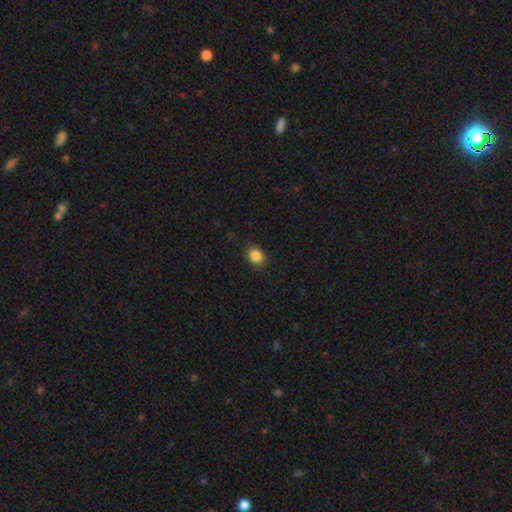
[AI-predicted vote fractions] smooth 86%, star or artifact 10%, featured or disk 4%. Down the decision tree: how rounded — round (56%); merging — none (89%).